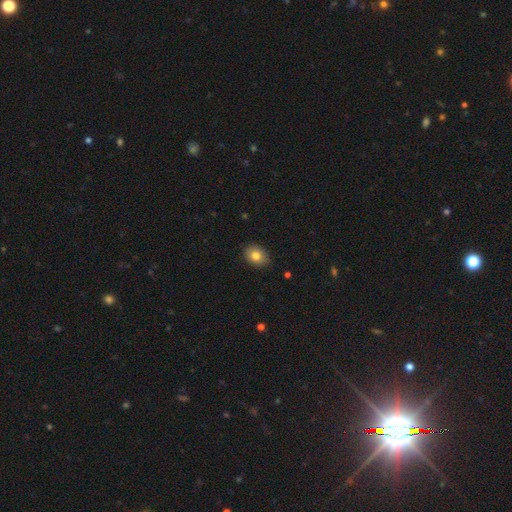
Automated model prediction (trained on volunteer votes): This appears to be a smooth galaxy with no disk features (81%) that is in between round and cigar-shaped (59%). Merging: none (84%).